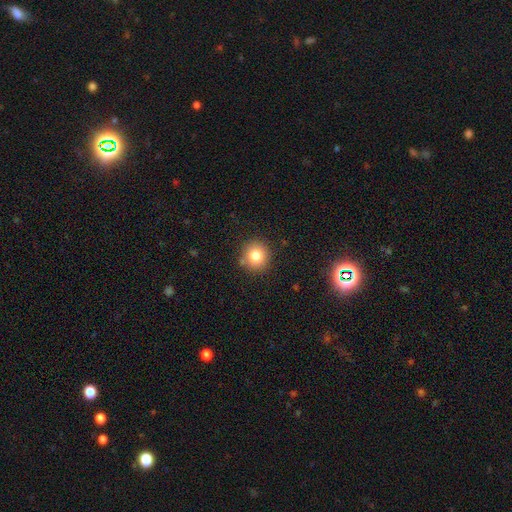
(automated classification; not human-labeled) A smooth galaxy with no disk features (81%) that is round (91%). Merging: none (85%).